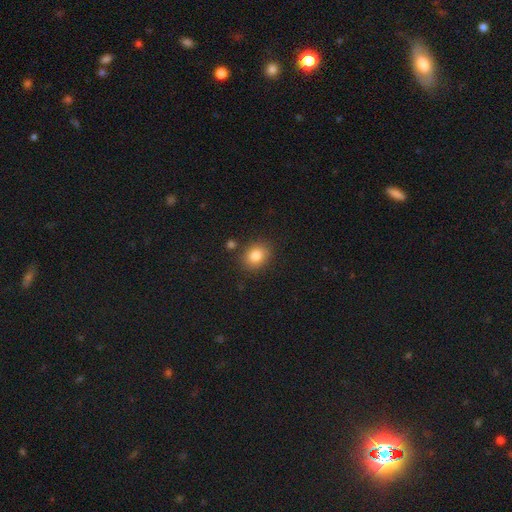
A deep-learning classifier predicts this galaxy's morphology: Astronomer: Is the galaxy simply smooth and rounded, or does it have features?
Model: smooth — 83%.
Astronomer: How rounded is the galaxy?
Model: round — 52% (runner-up: in between, 47%).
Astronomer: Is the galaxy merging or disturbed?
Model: none — 83%.